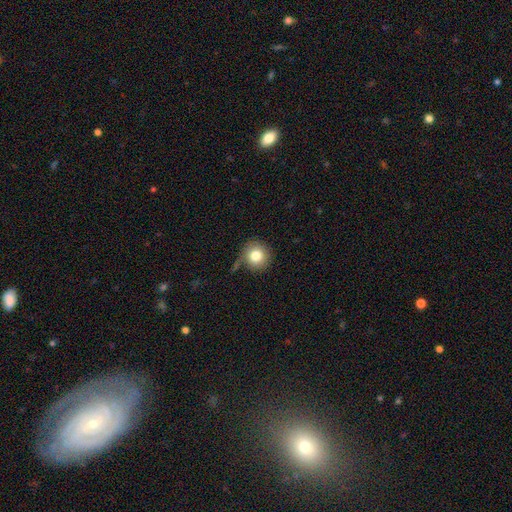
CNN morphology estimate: A smooth galaxy with no disk features (80%) that is round (94%). Merging: none (72%).